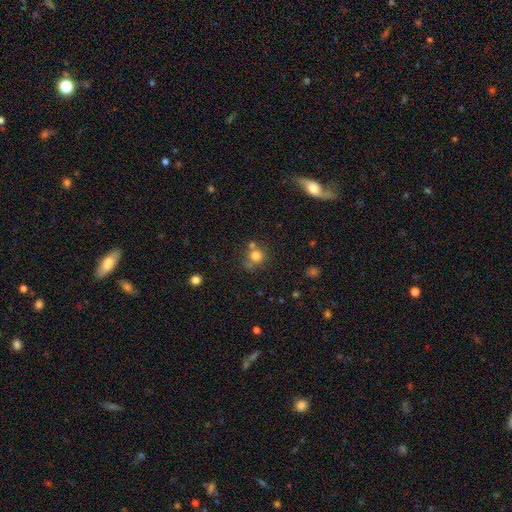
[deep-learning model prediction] This is likely a smooth galaxy (78%). How rounded: clearly round (87%). Merging: possibly none (58%).